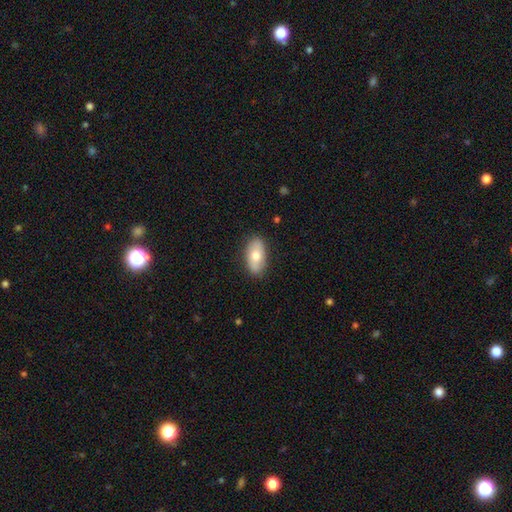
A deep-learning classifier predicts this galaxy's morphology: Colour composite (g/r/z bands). It shows a smooth galaxy with no disk features (70%) that is in between round and cigar-shaped (92%). Merging: none (85%).